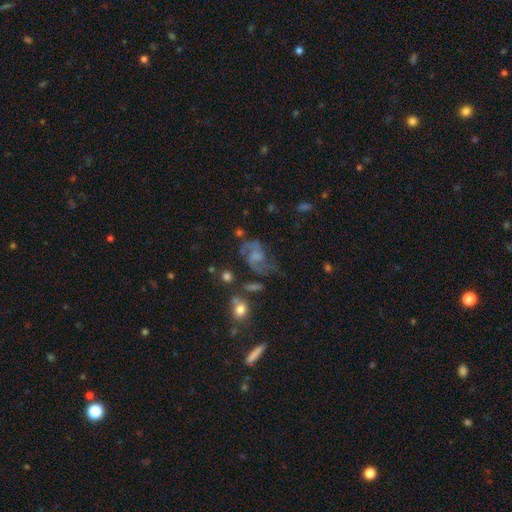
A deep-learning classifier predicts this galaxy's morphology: type=featured or disk (66%); edge-on=no (97%); bar=no (59%); spiral arms=yes (84%); winding=loose (44%); arm count=2 (75%); bulge=none (44%); merging=none (43%).